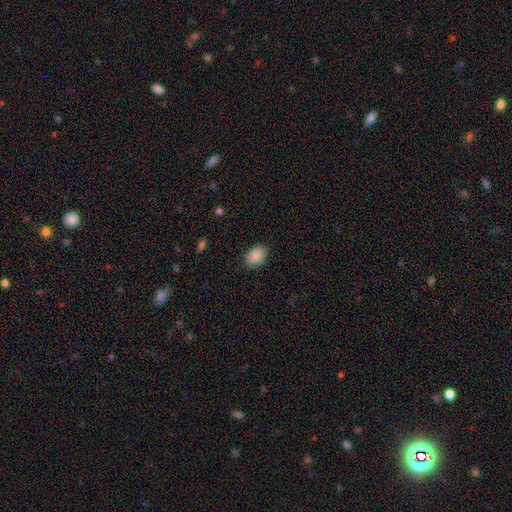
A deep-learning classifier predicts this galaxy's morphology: The model was most divided on "how rounded": in between: 81%, round: 18%, cigar-shaped: 1%. More confident: smooth or featured — smooth (89%); merging — none (86%).